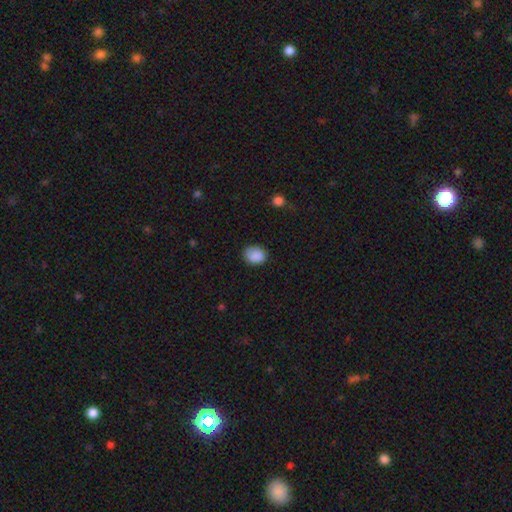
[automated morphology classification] smooth-or-featured: smooth: 88% | star or artifact: 8% | featured or disk: 4%
  how-rounded: in between: 54% | round: 45% | cigar-shaped: 1%
  merging: none: 76% | minor disturbance: 19% | major disturbance: 4% | merger: 1%